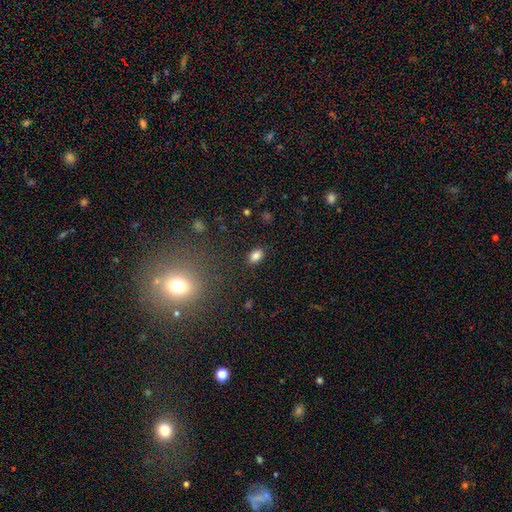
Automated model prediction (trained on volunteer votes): This appears to be a smooth galaxy with no disk features (84%) that is in between round and cigar-shaped (84%). Merging: none (85%).